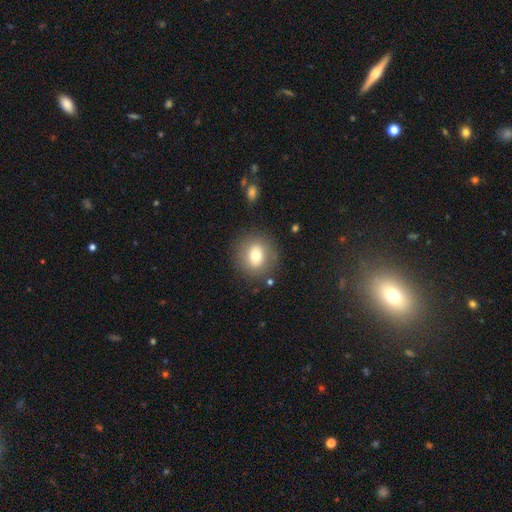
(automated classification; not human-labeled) The model was most divided on "smooth or featured": smooth: 72%, featured or disk: 17%, star or artifact: 11%. More confident: merging — none (84%); how rounded — round (84%).